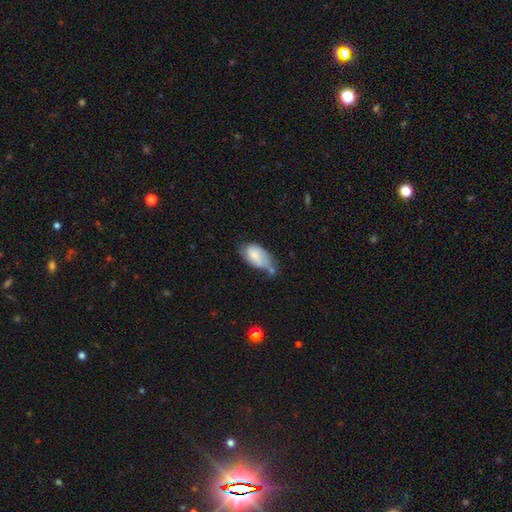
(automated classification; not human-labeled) Smooth or featured? Predicted: smooth (p=0.70). How rounded? Predicted: in between (p=0.93). Merging? Predicted: minor disturbance (p=0.38).